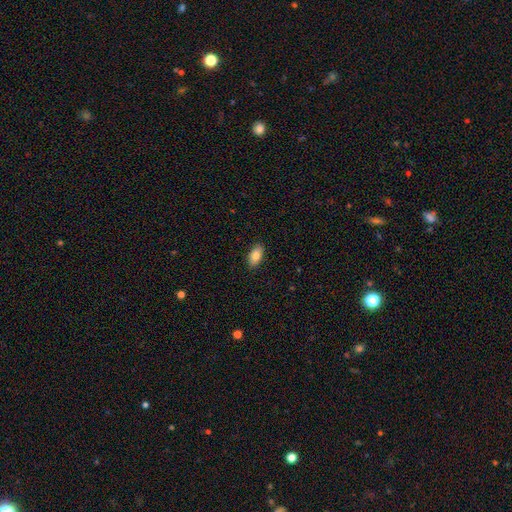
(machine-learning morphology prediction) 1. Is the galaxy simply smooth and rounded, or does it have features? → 82% smooth, 11% featured or disk, 7% star or artifact.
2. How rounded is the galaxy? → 92% in between, 5% cigar-shaped, 3% round.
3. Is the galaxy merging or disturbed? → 89% none, 8% minor disturbance, 2% major disturbance, 1% merger.